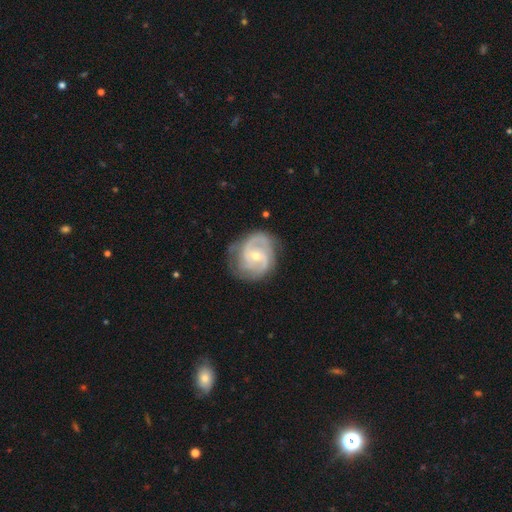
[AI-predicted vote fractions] smooth-or-featured: featured or disk: 87% | smooth: 9% | star or artifact: 5%
  disk-edge-on: no: 98% | yes: 2%
    bar: no: 50% | weak: 41% | strong: 9%
    has-spiral-arms: yes: 96% | no: 4%
      spiral-winding: medium: 48% | tight: 39% | loose: 13%
      spiral-arm-count: 2: 61% | 3: 18% | can't tell: 11% | 1: 3% | 4: 3% | more than 4: 3%
    bulge-size: small: 52% | moderate: 46% | large: 1% | none: 1% | dominant: 1%
  merging: none: 71% | minor disturbance: 20% | major disturbance: 8% | merger: 1%